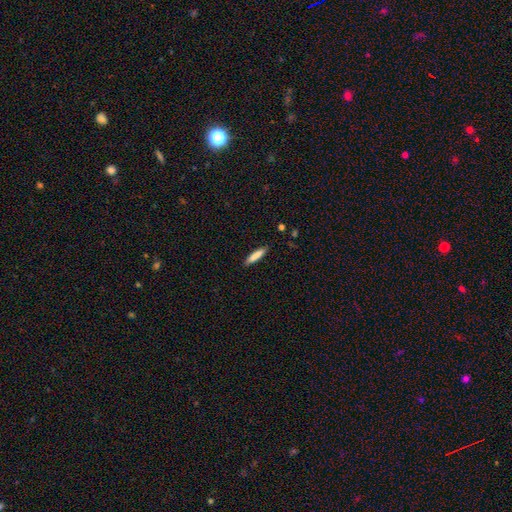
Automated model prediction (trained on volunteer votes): Smooth or featured? Predicted: smooth (p=0.84). How rounded? Predicted: cigar-shaped (p=0.85). Merging? Predicted: none (p=0.89).